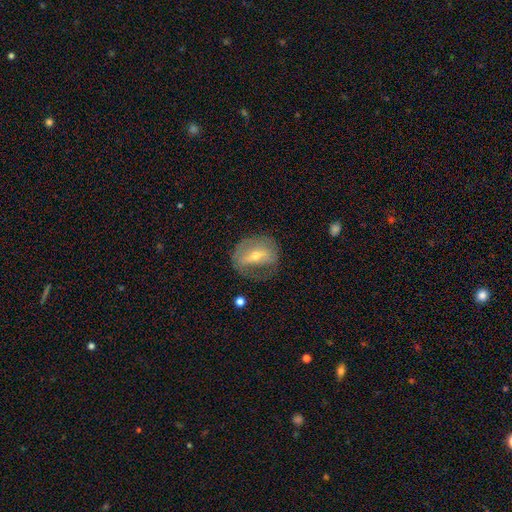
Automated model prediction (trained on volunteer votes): The model was most divided on "bulge size": small: 49%, moderate: 47%, large: 2%, none: 1%, dominant: 1%. Remaining: edge-on disk — no (90%); smooth or featured — featured or disk (61%); merging — none (55%); spiral arms — no (52%); bar — strong (45%).